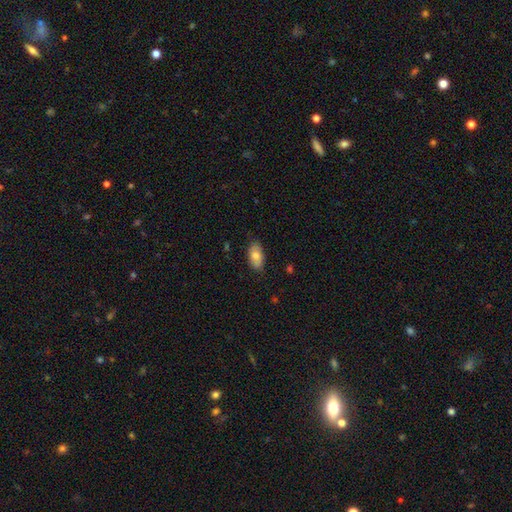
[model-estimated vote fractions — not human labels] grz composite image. It shows a smooth galaxy with no disk features (74%) that is in between round and cigar-shaped (93%). Merging: none (81%).